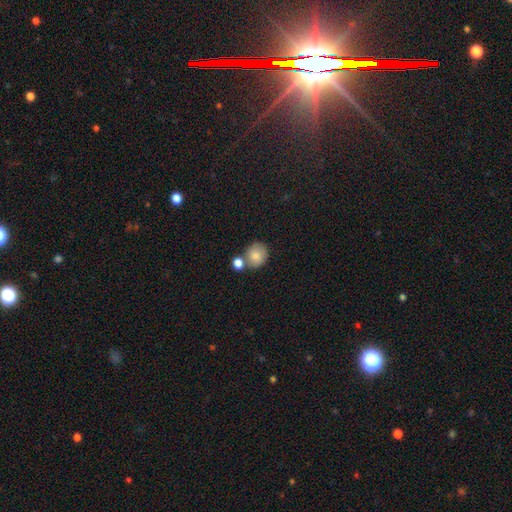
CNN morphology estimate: The model was most divided on "merging": none: 57%, merger: 27%, minor disturbance: 12%, major disturbance: 4%. More confident: smooth or featured — smooth (83%); how rounded — round (73%).